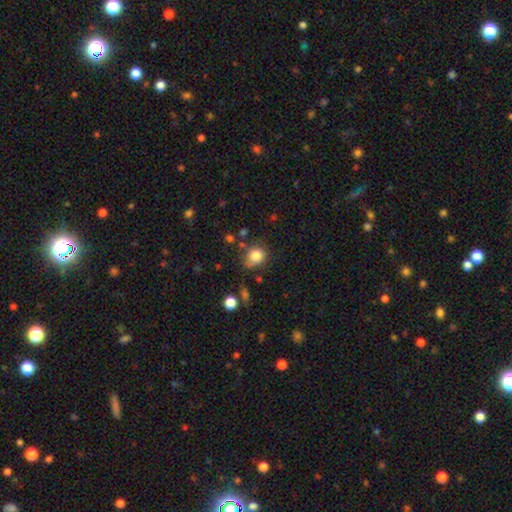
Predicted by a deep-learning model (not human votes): Smooth or featured: smooth — 82% (star or artifact — 11%)
How rounded: round — 75% (in between — 24%)
Merging: none — 63% (minor disturbance — 23%)